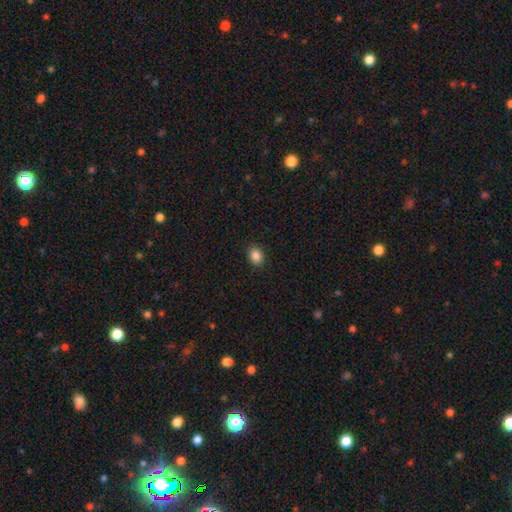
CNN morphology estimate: This appears to be a smooth galaxy with no disk features (87%) that is in between round and cigar-shaped (53%). Merging: none (89%).